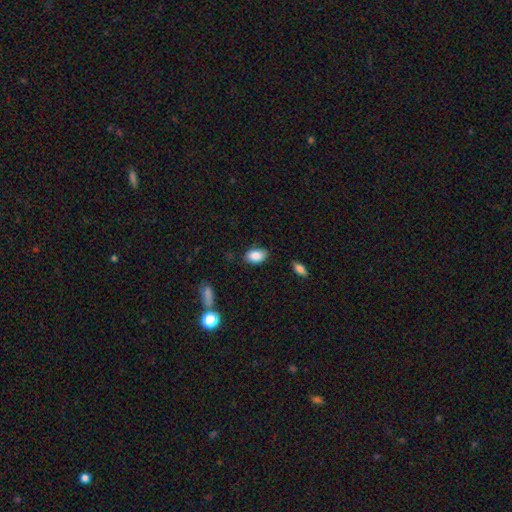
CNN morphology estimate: A smooth galaxy with no disk features (87%) that is in between round and cigar-shaped (89%).

Vote fractions:
- Smooth or featured? smooth: 87% / star or artifact: 8% / featured or disk: 6%
- How rounded? in between: 89% / round: 9% / cigar-shaped: 2%
- Merging? none: 80% / minor disturbance: 15% / major disturbance: 3% / merger: 2%